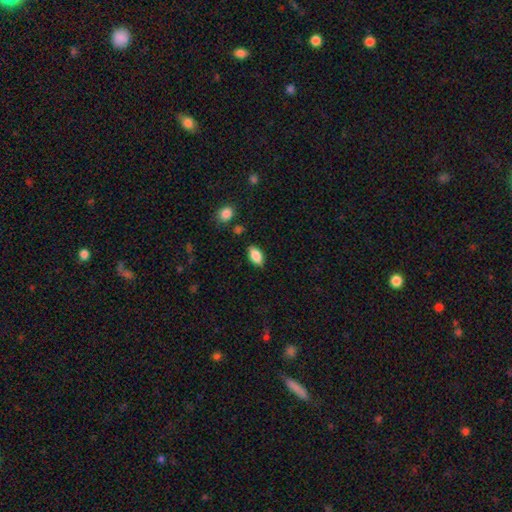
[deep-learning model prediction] smooth 85%, featured or disk 8%, star or artifact 7%. Down the decision tree: how rounded — in between (90%); merging — none (84%).